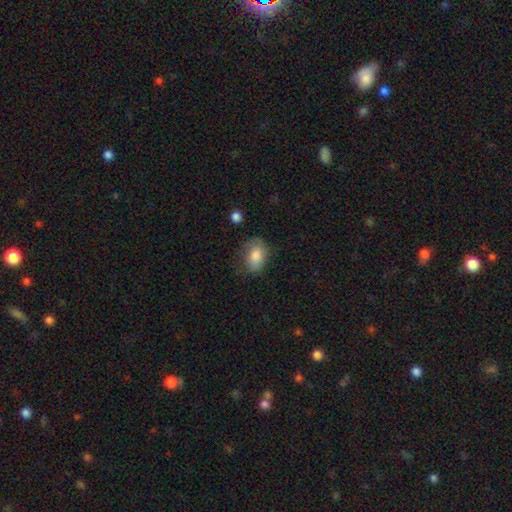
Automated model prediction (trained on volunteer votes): A smooth galaxy with no disk features (83%) that is in between round and cigar-shaped (80%).

Vote fractions:
- Smooth or featured? smooth: 83% / featured or disk: 10% / star or artifact: 7%
- How rounded? in between: 80% / round: 18% / cigar-shaped: 1%
- Merging? none: 63% / minor disturbance: 26% / major disturbance: 9% / merger: 2%